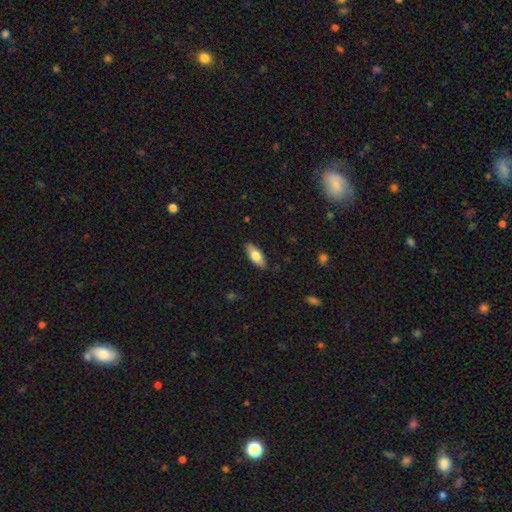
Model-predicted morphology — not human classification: smooth-or-featured: smooth: 71% | featured or disk: 23% | star or artifact: 6%
  how-rounded: in between: 81% | cigar-shaped: 16% | round: 2%
  merging: none: 87% | minor disturbance: 10% | major disturbance: 2% | merger: 1%